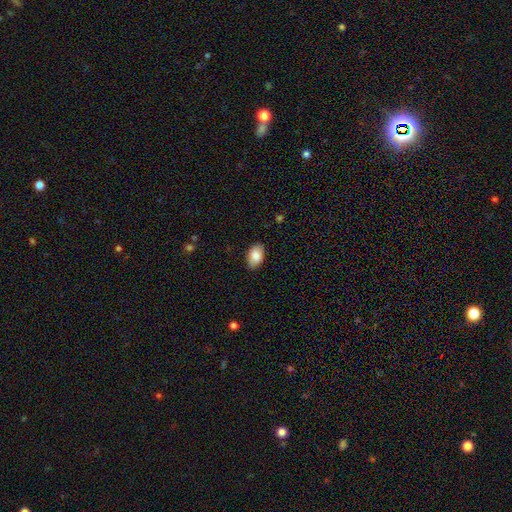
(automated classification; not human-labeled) Smooth or featured? smooth (85%)
How rounded? in between (92%)
Merging? none (87%)